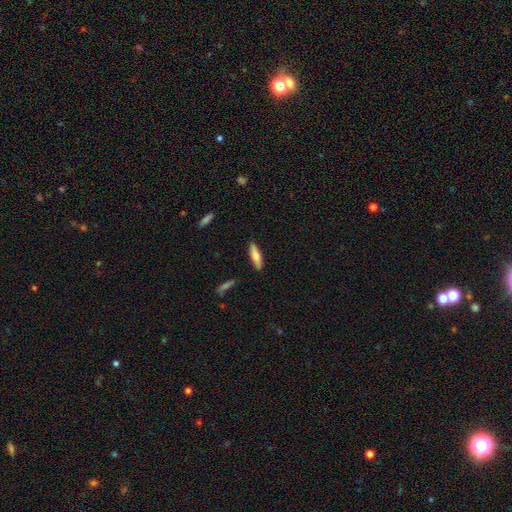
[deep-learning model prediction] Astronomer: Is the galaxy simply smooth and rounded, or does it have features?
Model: smooth — 67%.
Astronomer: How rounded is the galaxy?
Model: cigar-shaped — 66%.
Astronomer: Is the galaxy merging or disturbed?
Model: none — 87%.